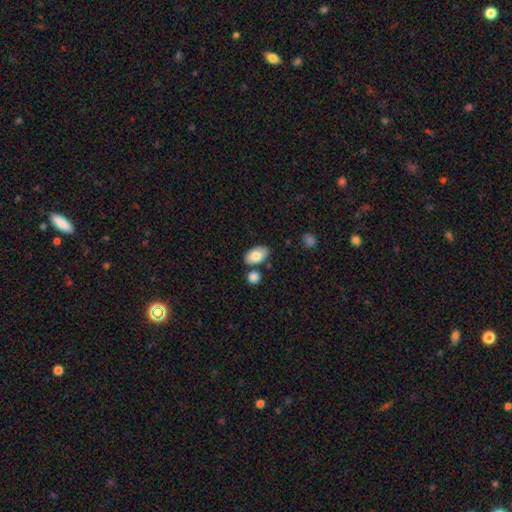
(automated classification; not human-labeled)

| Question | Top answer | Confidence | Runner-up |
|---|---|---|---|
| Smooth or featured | smooth | 80% | featured or disk (13%) |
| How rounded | in between | 93% | round (6%) |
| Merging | none | 75% | minor disturbance (12%) |